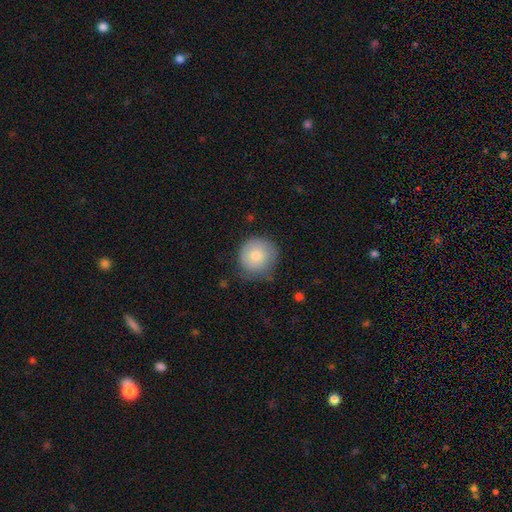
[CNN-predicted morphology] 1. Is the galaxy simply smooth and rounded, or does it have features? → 73% smooth, 19% featured or disk, 8% star or artifact.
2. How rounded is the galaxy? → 92% round, 7% in between, 1% cigar-shaped.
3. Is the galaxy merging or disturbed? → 69% none, 24% minor disturbance, 6% major disturbance, 1% merger.